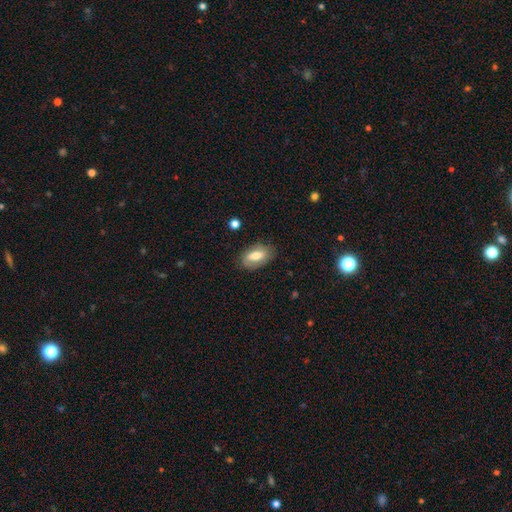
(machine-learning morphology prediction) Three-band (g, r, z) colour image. It shows a smooth galaxy with no disk features (68%) that is in between round and cigar-shaped (90%). Merging: none (79%).